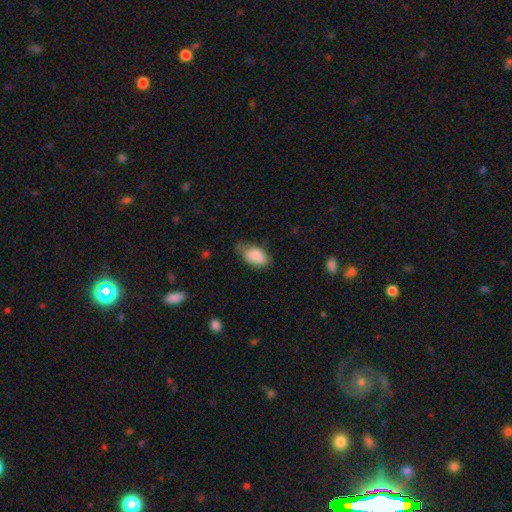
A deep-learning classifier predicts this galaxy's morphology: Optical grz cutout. It shows a smooth galaxy with no disk features (85%) that is in between round and cigar-shaped (93%). Merging: none (49%).